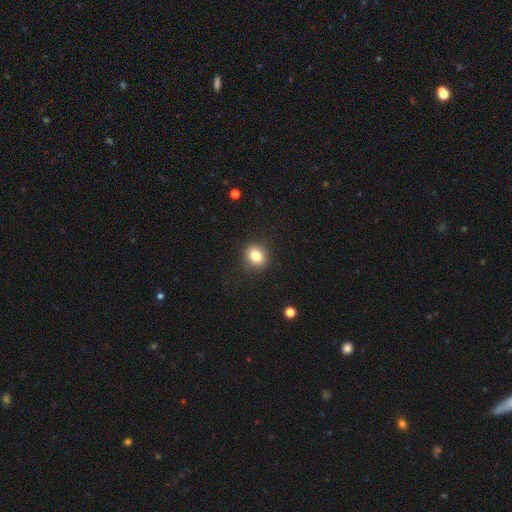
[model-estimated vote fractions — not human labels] Smooth or featured? Predicted: smooth (p=0.82). How rounded? Predicted: round (p=0.74). Merging? Predicted: none (p=0.90).